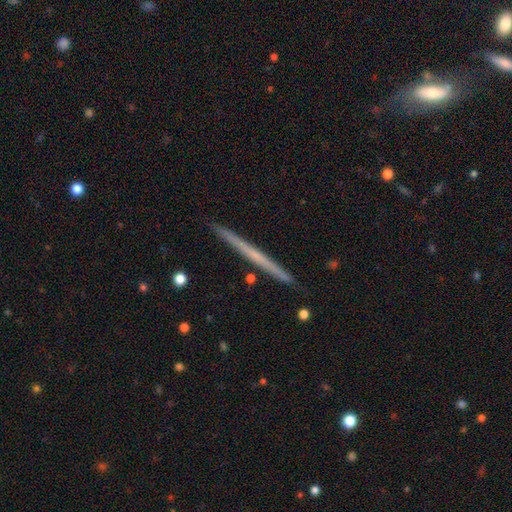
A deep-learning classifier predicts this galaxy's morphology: This appears to be a featured or disk galaxy (58%) viewed edge-on (98%) with no central bulge (88%). Merging: none (93%).